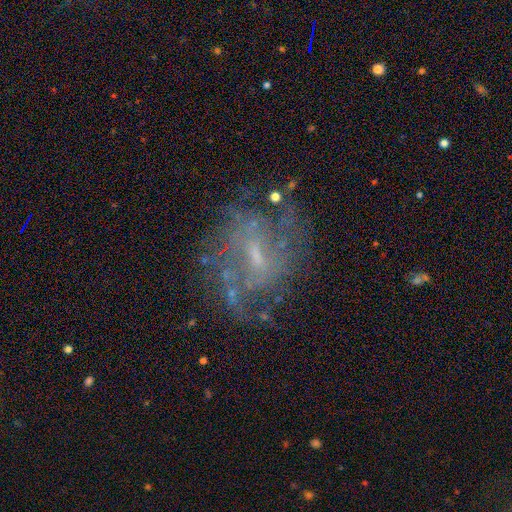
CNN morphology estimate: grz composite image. It shows a featured or disk galaxy (73%) with a weak bar (54%), spiral arms (71%) and a small central bulge (55%). Merging: none (63%).